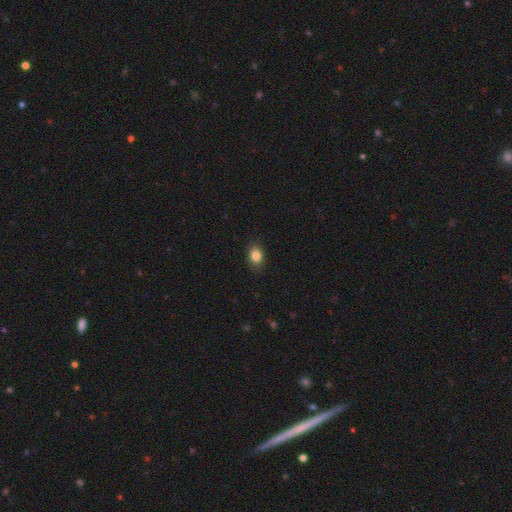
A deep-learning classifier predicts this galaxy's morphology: A smooth galaxy with no disk features (85%) that is in between round and cigar-shaped (66%).

Vote fractions:
- Smooth or featured? smooth: 85% / star or artifact: 9% / featured or disk: 6%
- How rounded? in between: 66% / round: 33% / cigar-shaped: 1%
- Merging? none: 85% / minor disturbance: 12% / major disturbance: 3% / merger: 1%